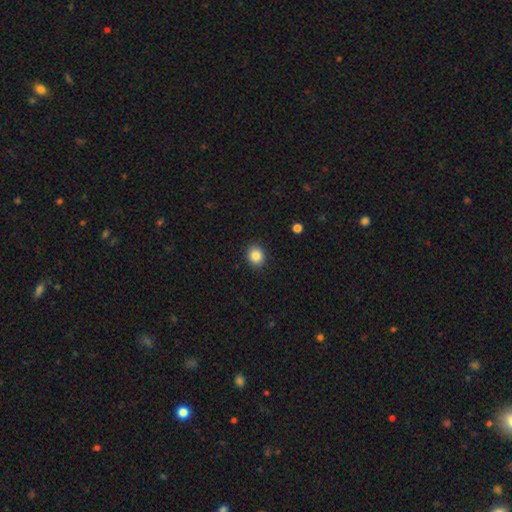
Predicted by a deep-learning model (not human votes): Smooth or featured? smooth (86%)
How rounded? round (74%)
Merging? none (91%)